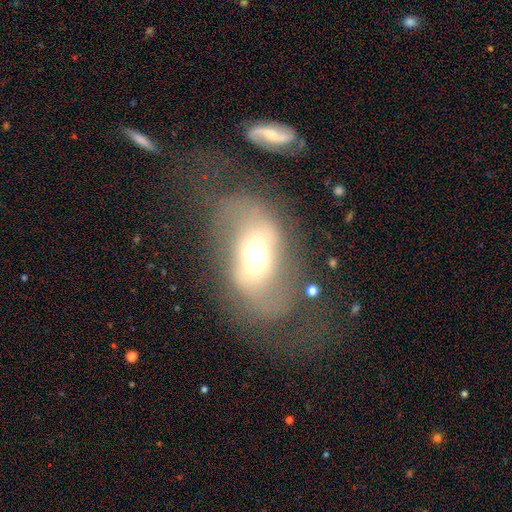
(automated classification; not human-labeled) This is possibly a featured or disk galaxy (56%). It is clearly not viewed edge-on (93%). Bar: marginally no (41%). Spiral arm pattern: likely yes (64%). Central bulge: possibly moderate (57%). Merging: marginally none (44%).